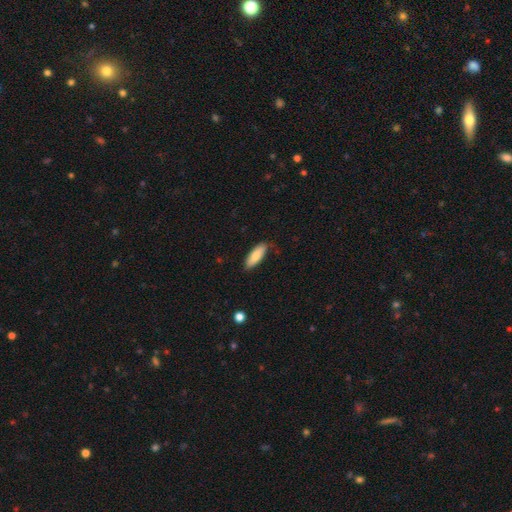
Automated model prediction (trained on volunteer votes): smooth_or_featured: smooth (p=0.81) [alt: featured or disk p=0.13]
how_rounded: in between (p=0.62) [alt: cigar-shaped p=0.37]
merging: none (p=0.79) [alt: minor disturbance p=0.17]